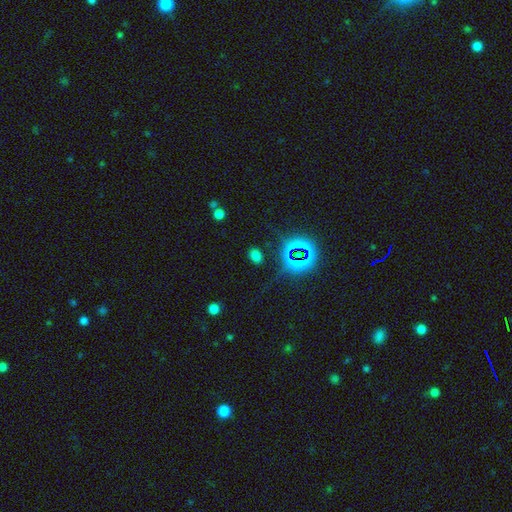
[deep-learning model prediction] A smooth galaxy with no disk features (63%) that is in between round and cigar-shaped (77%).

Vote fractions:
- Smooth or featured? smooth: 63% / star or artifact: 31% / featured or disk: 6%
- How rounded? in between: 77% / round: 21% / cigar-shaped: 2%
- Merging? none: 83% / minor disturbance: 10% / major disturbance: 4% / merger: 2%